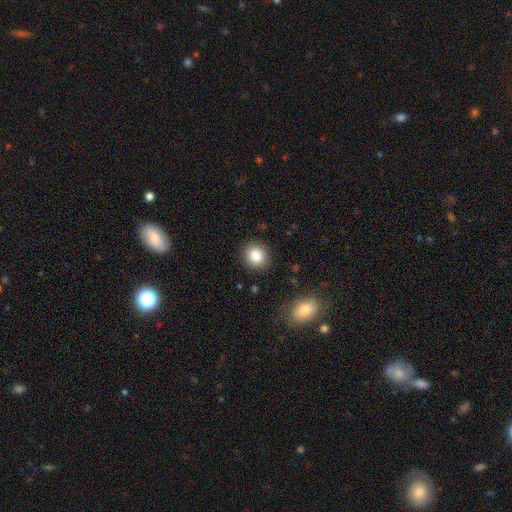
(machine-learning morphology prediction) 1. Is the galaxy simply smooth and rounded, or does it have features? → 85% smooth, 10% star or artifact, 6% featured or disk.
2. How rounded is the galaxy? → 85% round, 14% in between, 1% cigar-shaped.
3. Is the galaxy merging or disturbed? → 89% none, 7% minor disturbance, 2% major disturbance, 1% merger.